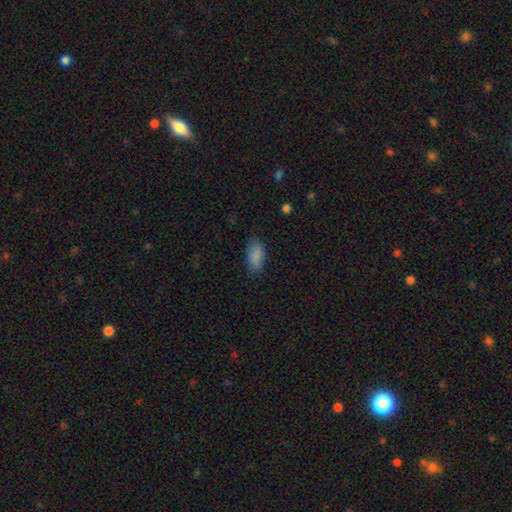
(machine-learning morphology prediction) The model was most divided on "merging": none: 82%, minor disturbance: 14%, major disturbance: 3%, merger: 1%. More confident: how rounded — in between (90%); smooth or featured — smooth (87%).